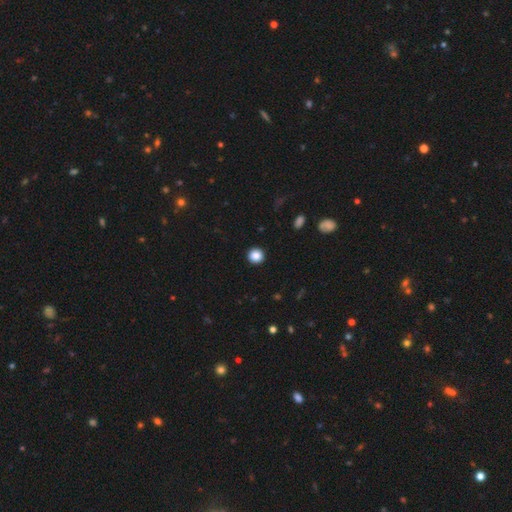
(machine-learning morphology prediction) Smooth or featured: smooth — 87% (star or artifact — 10%)
How rounded: round — 95% (in between — 4%)
Merging: none — 93% (minor disturbance — 4%)